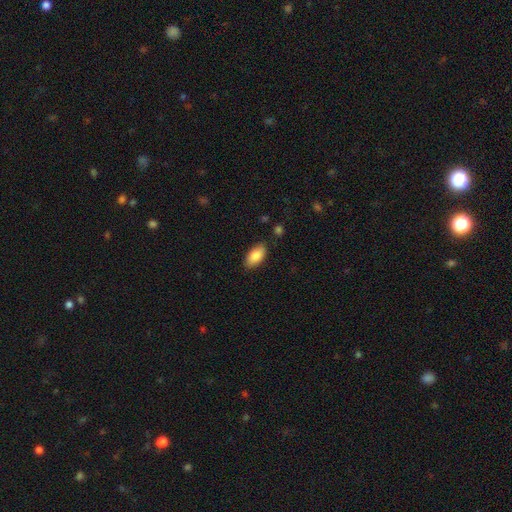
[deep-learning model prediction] Smooth or featured?
  - smooth: 86% *
  - featured or disk: 8%
  - star or artifact: 6%
How rounded?
  - in between: 93% *
  - cigar-shaped: 4%
  - round: 3%
Merging?
  - none: 84% *
  - minor disturbance: 11%
  - major disturbance: 2%
  - merger: 2%